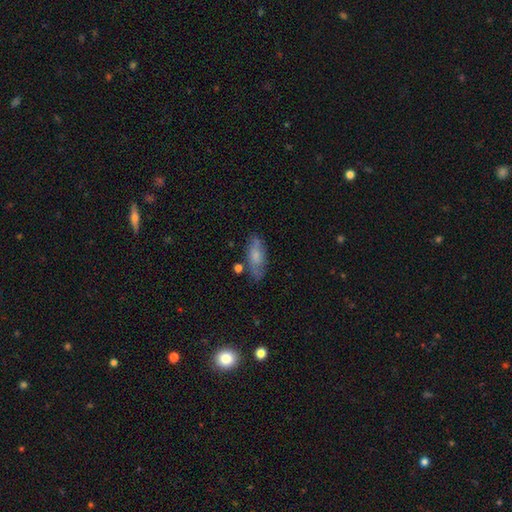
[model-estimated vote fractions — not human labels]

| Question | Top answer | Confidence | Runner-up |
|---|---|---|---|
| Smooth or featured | smooth | 58% | featured or disk (33%) |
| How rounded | in between | 71% | cigar-shaped (26%) |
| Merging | none | 69% | minor disturbance (20%) |